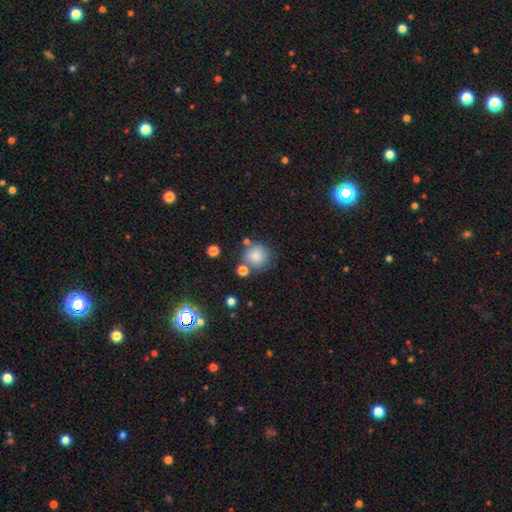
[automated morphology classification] smooth_or_featured: smooth (p=0.82) [alt: star or artifact p=0.11]
how_rounded: round (p=0.91) [alt: in between p=0.08]
merging: none (p=0.70) [alt: minor disturbance p=0.14]